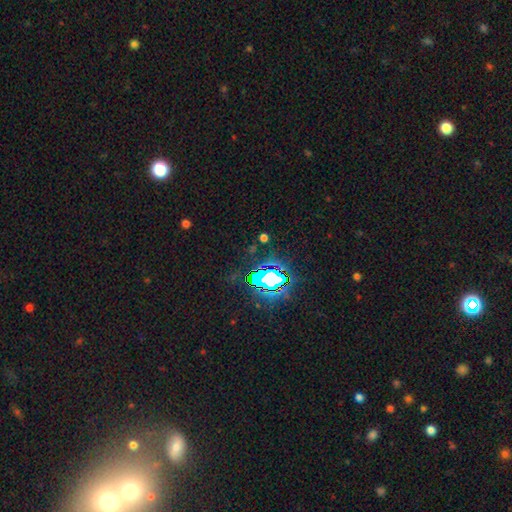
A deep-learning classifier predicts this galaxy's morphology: Smooth or featured?
  - star or artifact: 76% *
  - smooth: 14%
  - featured or disk: 10%